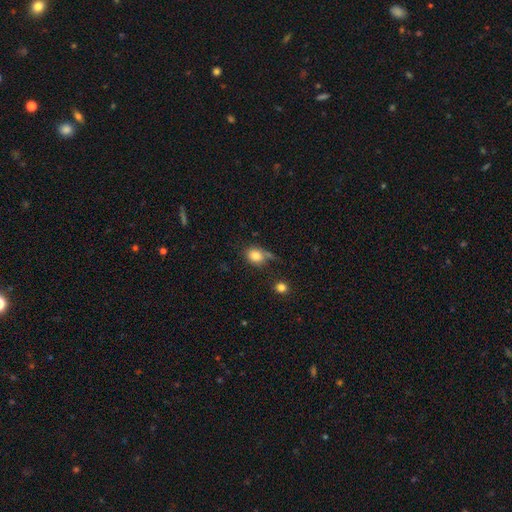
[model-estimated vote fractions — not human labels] Q: Smooth or featured?
A: smooth (82%); runner-up: star or artifact (10%)
Q: How rounded?
A: round (55%); runner-up: in between (44%)
Q: Merging?
A: none (56%); runner-up: minor disturbance (22%)